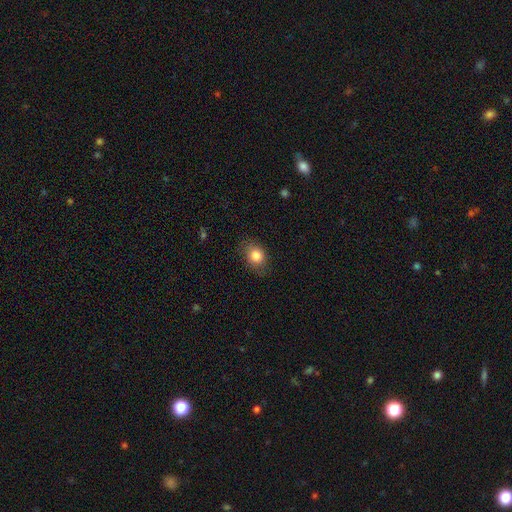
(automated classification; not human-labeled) Morphology: type=smooth (83%); roundness=in between (52%); merging=none (80%).